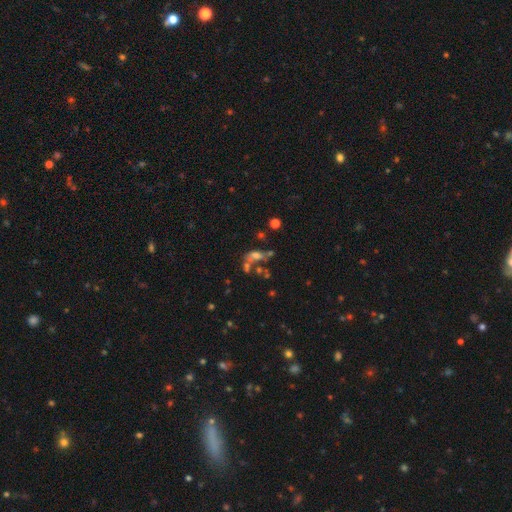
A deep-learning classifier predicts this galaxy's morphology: smooth-or-featured: smooth: 42% | featured or disk: 36% | star or artifact: 21%
  merging: merger: 39% | none: 27% | major disturbance: 21% | minor disturbance: 13%